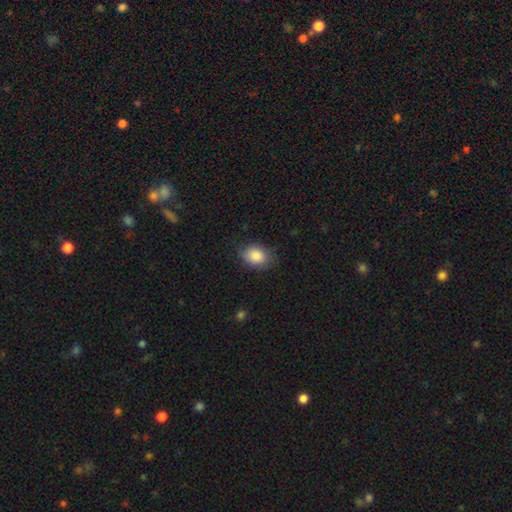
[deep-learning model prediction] smooth-or-featured: smooth: 86% | star or artifact: 8% | featured or disk: 6%
  how-rounded: in between: 69% | round: 30% | cigar-shaped: 1%
  merging: none: 76% | minor disturbance: 19% | major disturbance: 4% | merger: 1%